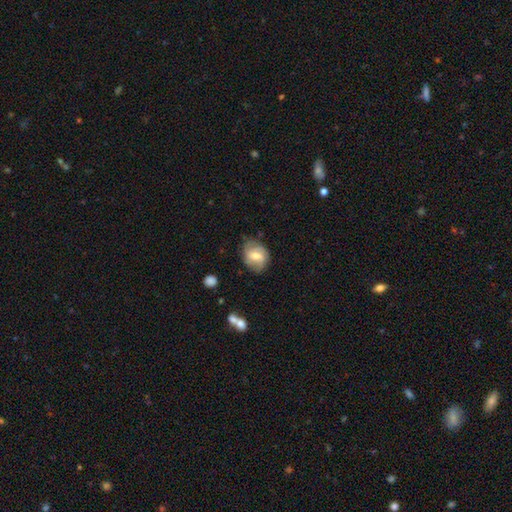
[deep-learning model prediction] Smooth or featured? featured or disk (52%)
Edge-on disk? no (96%)
Merging? none (69%)